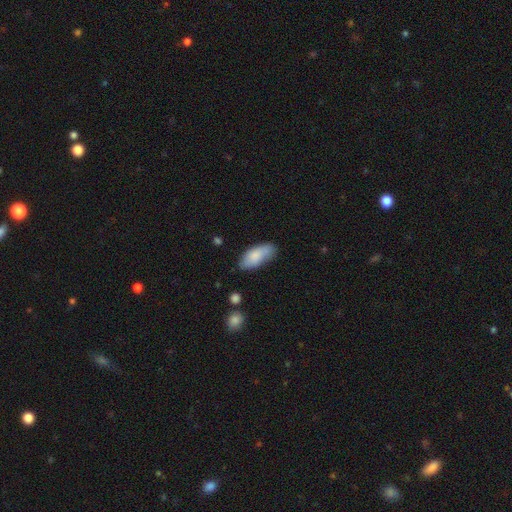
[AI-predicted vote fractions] smooth_or_featured: smooth (p=0.80) [alt: featured or disk p=0.14]
how_rounded: in between (p=0.86) [alt: cigar-shaped p=0.12]
merging: none (p=0.68) [alt: minor disturbance p=0.23]